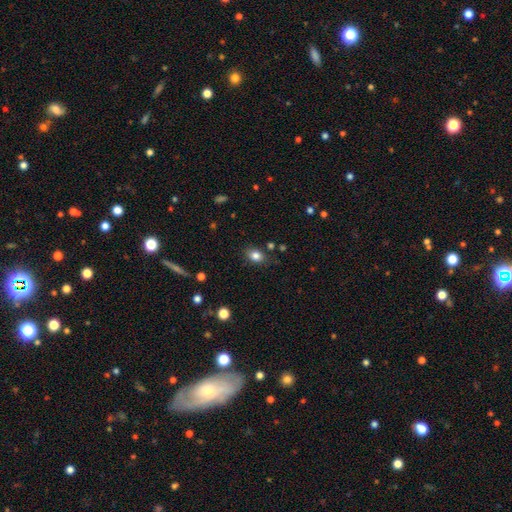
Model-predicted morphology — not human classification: This appears to be a smooth galaxy with no disk features (82%) that is in between round and cigar-shaped (66%). Merging: none (81%).